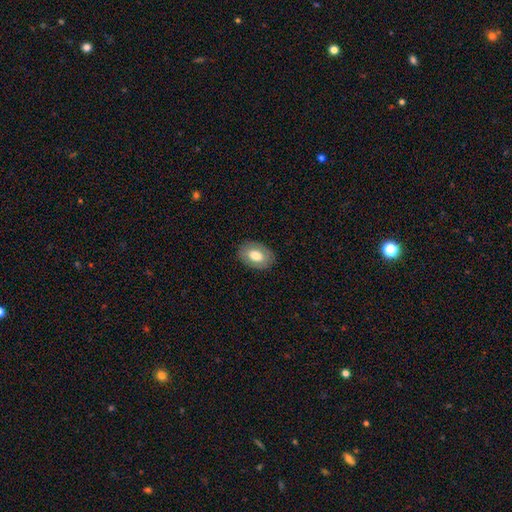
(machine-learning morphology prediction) smooth_or_featured: smooth (p=0.71) [alt: featured or disk p=0.22]
how_rounded: in between (p=0.84) [alt: round p=0.15]
merging: none (p=0.86) [alt: minor disturbance p=0.10]